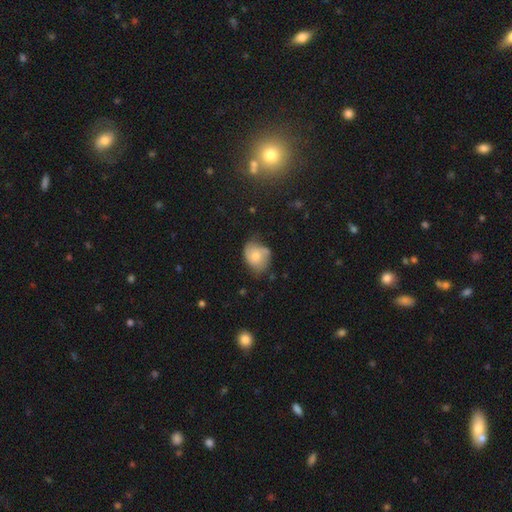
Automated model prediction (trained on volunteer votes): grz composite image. It shows a smooth galaxy with no disk features (53%) that is in between round and cigar-shaped (53%). Merging: none (48%).